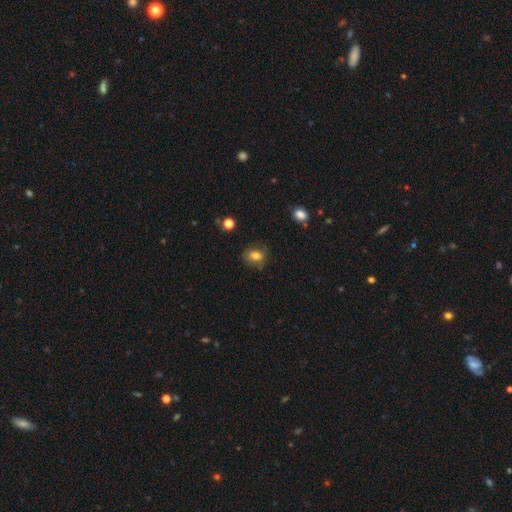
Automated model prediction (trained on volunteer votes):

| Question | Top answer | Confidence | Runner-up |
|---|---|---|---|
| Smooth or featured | smooth | 78% | star or artifact (11%) |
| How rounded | in between | 60% | round (38%) |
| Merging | none | 72% | minor disturbance (20%) |